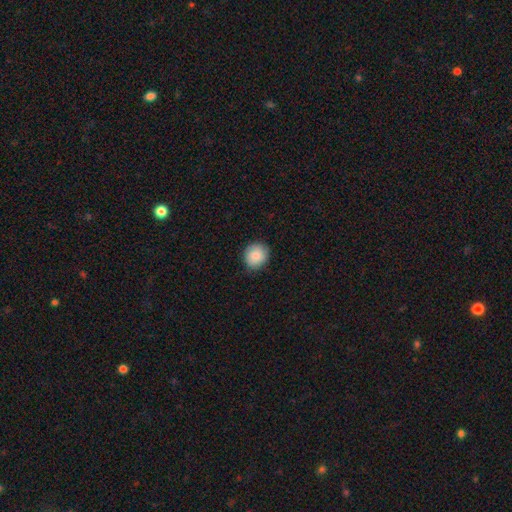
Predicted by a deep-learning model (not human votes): A smooth galaxy with no disk features (86%) that is round (83%).

Vote fractions:
- Smooth or featured? smooth: 86% / star or artifact: 7% / featured or disk: 7%
- How rounded? round: 83% / in between: 16% / cigar-shaped: 1%
- Merging? none: 84% / minor disturbance: 13% / major disturbance: 2% / merger: 1%